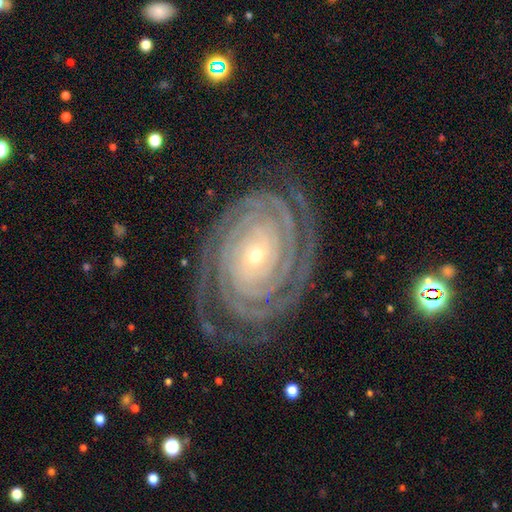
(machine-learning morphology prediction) Smooth or featured? featured or disk (93%)
Edge-on disk? no (97%)
Bar? no (74%)
Spiral arms? yes (99%)
Spiral winding? tight (90%)
Spiral arm count? 2 (34%)
Bulge size? small (76%)
Merging? none (81%)